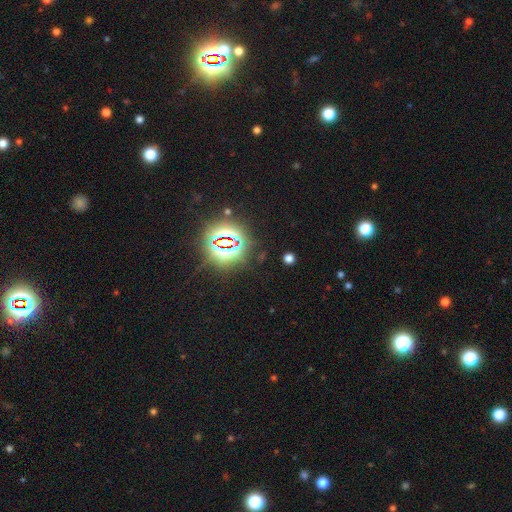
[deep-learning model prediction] A star or artifact, not a galaxy (81%).

Vote fractions:
- Smooth or featured? star or artifact: 81% / smooth: 12% / featured or disk: 7%